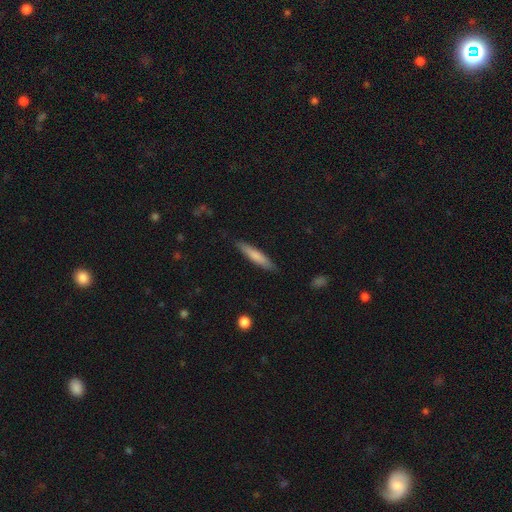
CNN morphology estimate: Smooth or featured?
  - smooth: 73% *
  - featured or disk: 22%
  - star or artifact: 5%
How rounded?
  - cigar-shaped: 90% *
  - in between: 9%
  - round: 1%
Merging?
  - none: 88% *
  - minor disturbance: 9%
  - major disturbance: 2%
  - merger: 1%